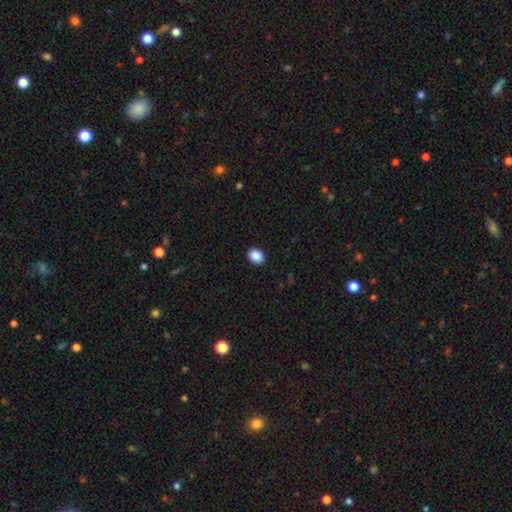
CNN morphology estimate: This is clearly a smooth galaxy (89%). How rounded: possibly round (50%). Merging: clearly none (91%).